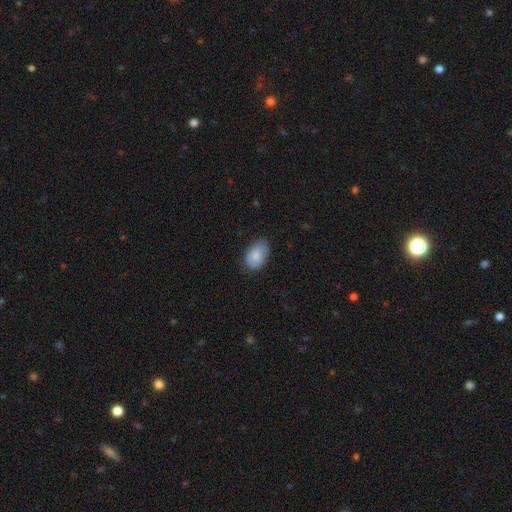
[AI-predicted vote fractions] Smooth or featured? smooth (83%)
How rounded? in between (88%)
Merging? none (70%)